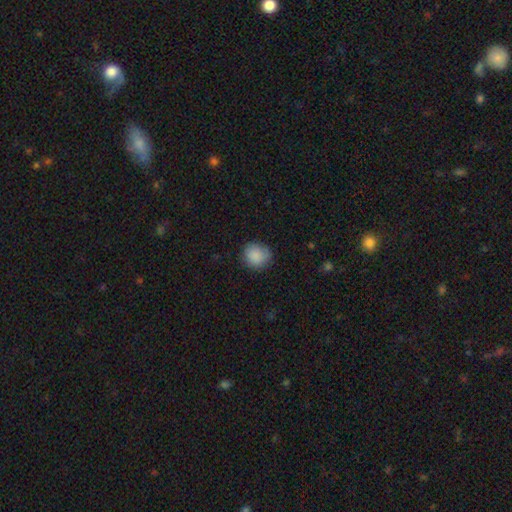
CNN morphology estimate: smooth_or_featured: smooth (p=0.88) [alt: star or artifact p=0.08]
how_rounded: round (p=0.81) [alt: in between p=0.18]
merging: none (p=0.82) [alt: minor disturbance p=0.14]